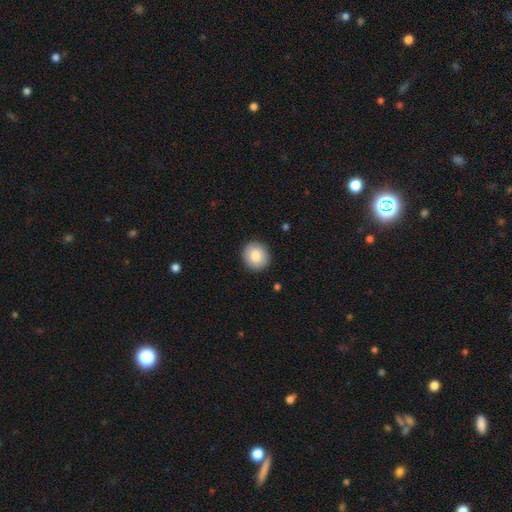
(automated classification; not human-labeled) Smooth or featured? smooth (84%)
How rounded? round (86%)
Merging? none (90%)